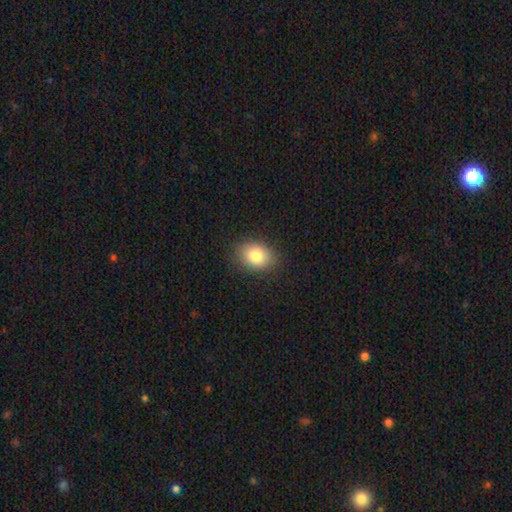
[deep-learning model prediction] Q: Smooth or featured?
A: smooth (82%); runner-up: featured or disk (9%)
Q: How rounded?
A: in between (74%); runner-up: round (25%)
Q: Merging?
A: none (86%); runner-up: minor disturbance (10%)